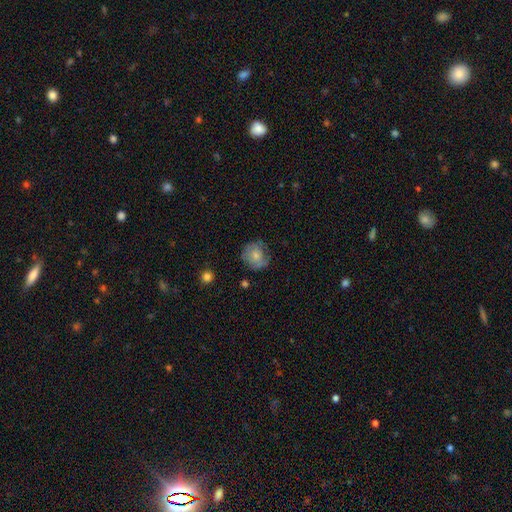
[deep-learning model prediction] Morphology: type=smooth (70%); roundness=round (83%); merging=none (64%).